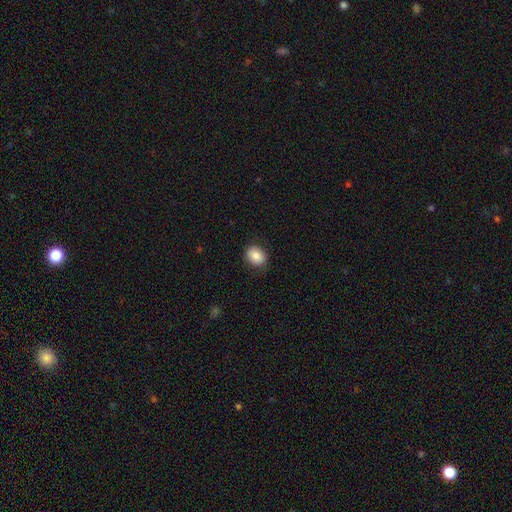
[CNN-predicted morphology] Q: Smooth or featured?
A: smooth (84%); runner-up: star or artifact (8%)
Q: How rounded?
A: round (52%); runner-up: in between (47%)
Q: Merging?
A: none (85%); runner-up: minor disturbance (11%)